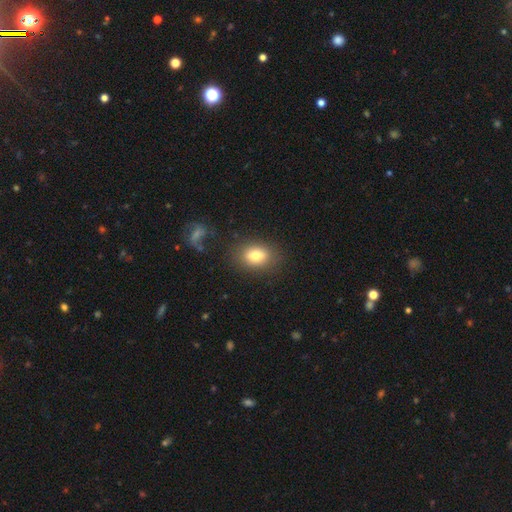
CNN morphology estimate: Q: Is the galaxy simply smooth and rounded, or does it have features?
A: smooth — 78%.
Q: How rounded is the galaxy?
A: in between — 77%.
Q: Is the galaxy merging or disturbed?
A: none — 82%.